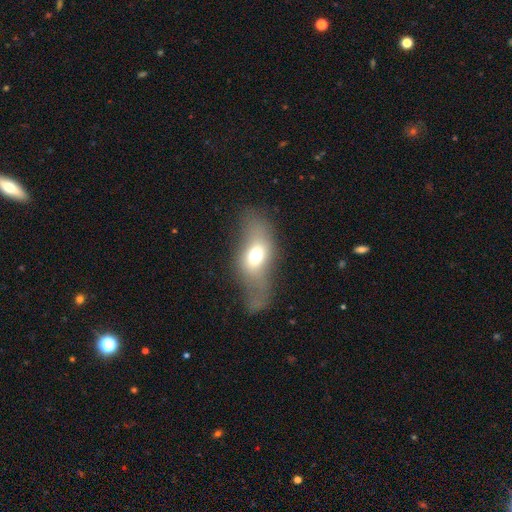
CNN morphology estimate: This is possibly a smooth galaxy (58%). How rounded: likely in between (79%). Merging: marginally none (41%).